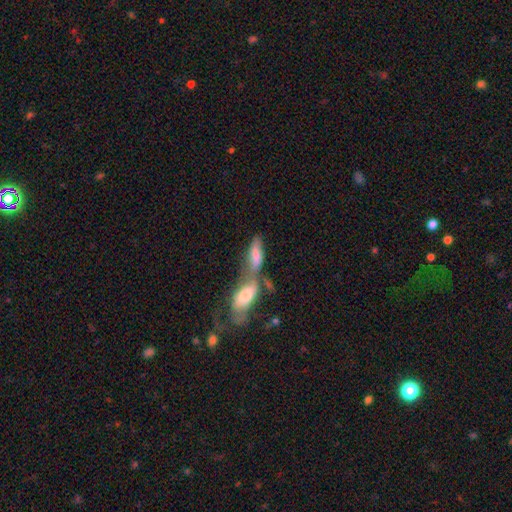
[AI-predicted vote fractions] Smooth or featured?
  - smooth: 72% *
  - featured or disk: 21%
  - star or artifact: 7%
How rounded?
  - in between: 66% *
  - cigar-shaped: 31%
  - round: 3%
Merging?
  - merger: 67% *
  - none: 18%
  - minor disturbance: 8%
  - major disturbance: 6%